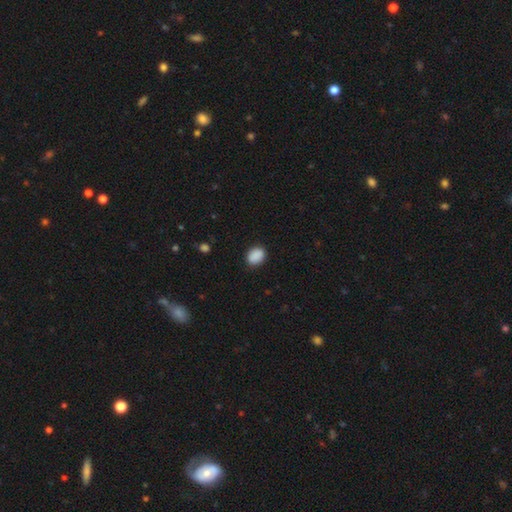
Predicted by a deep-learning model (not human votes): Smooth or featured?
  - smooth: 89% *
  - star or artifact: 8%
  - featured or disk: 3%
How rounded?
  - in between: 64% *
  - round: 35%
  - cigar-shaped: 1%
Merging?
  - none: 86% *
  - minor disturbance: 10%
  - major disturbance: 3%
  - merger: 1%